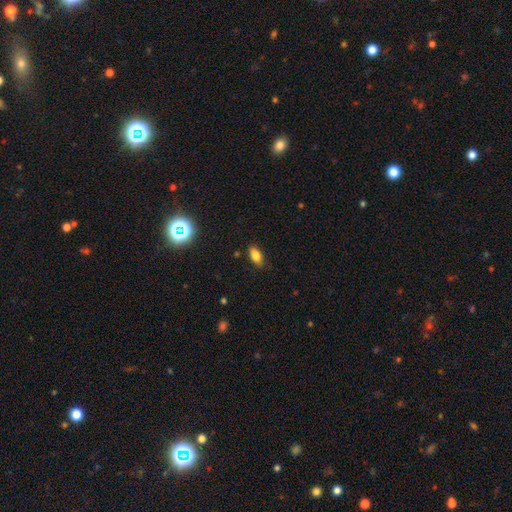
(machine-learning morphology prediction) type=smooth (79%); roundness=in between (87%); merging=none (84%).